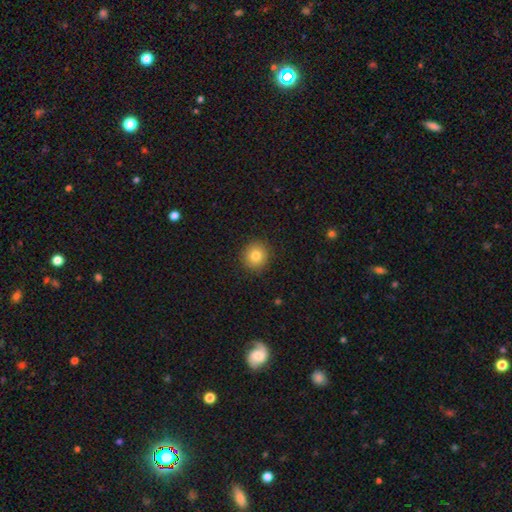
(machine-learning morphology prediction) Q: Smooth or featured?
A: smooth (81%); runner-up: star or artifact (11%)
Q: How rounded?
A: round (91%); runner-up: in between (8%)
Q: Merging?
A: none (91%); runner-up: minor disturbance (6%)